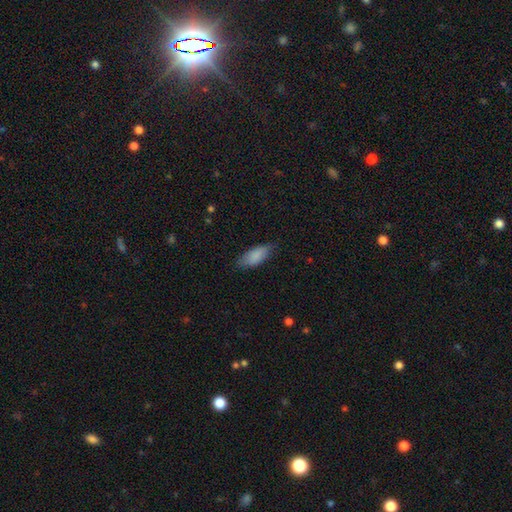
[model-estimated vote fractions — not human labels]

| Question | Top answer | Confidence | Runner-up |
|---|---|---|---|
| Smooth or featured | smooth | 86% | featured or disk (8%) |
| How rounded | in between | 82% | cigar-shaped (16%) |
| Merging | none | 74% | minor disturbance (21%) |